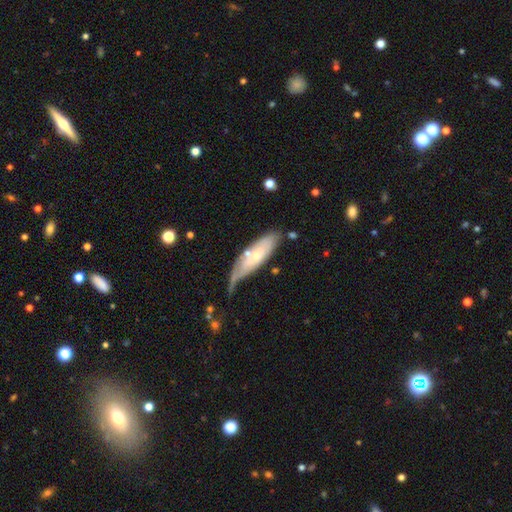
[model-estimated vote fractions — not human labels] A smooth galaxy with no disk features (54%) that is in between round and cigar-shaped (50%).

Vote fractions:
- Smooth or featured? smooth: 54% / featured or disk: 40% / star or artifact: 6%
- How rounded? in between: 50% / cigar-shaped: 48% / round: 2%
- Merging? none: 42% / minor disturbance: 34% / major disturbance: 14% / merger: 11%